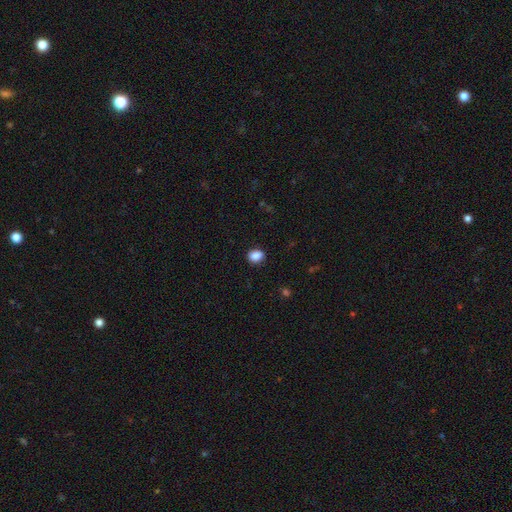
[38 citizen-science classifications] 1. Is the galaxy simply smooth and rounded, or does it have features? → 89% smooth, 5% featured or disk, 5% star or artifact.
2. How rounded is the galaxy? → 50% round (tied), 50% in between (tied), 0% cigar-shaped.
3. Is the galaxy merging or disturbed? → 81% none, 14% minor disturbance, 3% major disturbance, 3% merger.